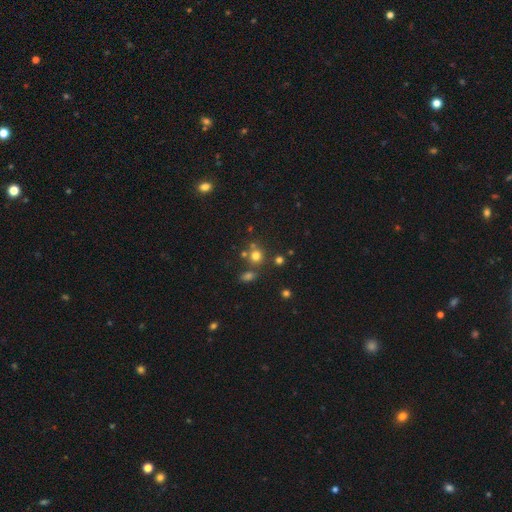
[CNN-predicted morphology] Smooth or featured? Predicted: smooth (p=0.70). How rounded? Predicted: round (p=0.86). Merging? Predicted: none (p=0.67).